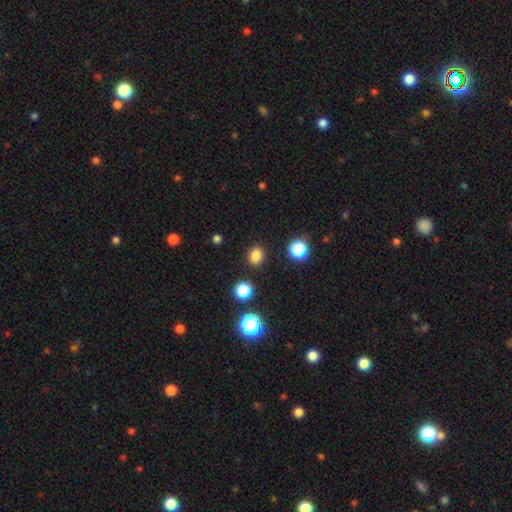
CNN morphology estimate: This appears to be a smooth galaxy with no disk features (82%) that is round (57%). Merging: none (88%).